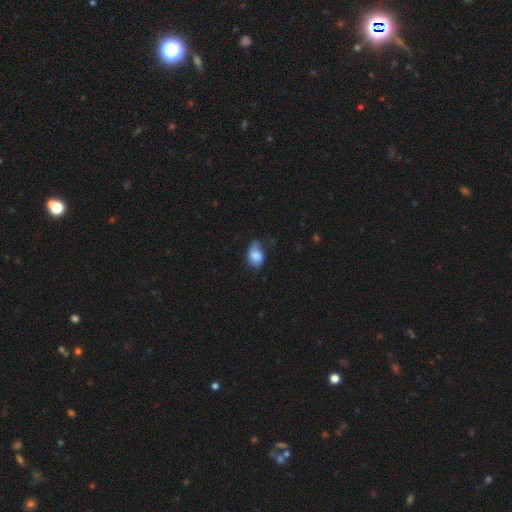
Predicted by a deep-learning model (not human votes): Smooth or featured? smooth (81%)
How rounded? in between (71%)
Merging? none (43%)